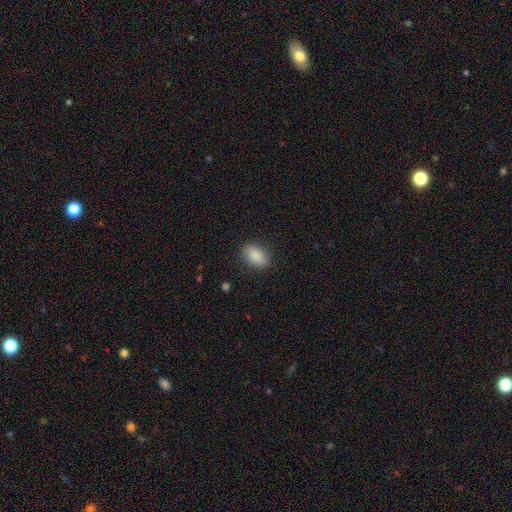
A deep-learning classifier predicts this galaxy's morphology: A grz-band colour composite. It shows a smooth galaxy with no disk features (87%) that is in between round and cigar-shaped (85%). Merging: none (86%).